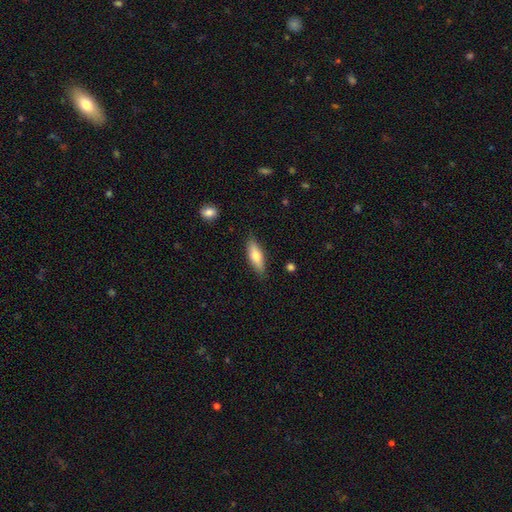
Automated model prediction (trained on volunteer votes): This appears to be a smooth galaxy with no disk features (69%) that is in between round and cigar-shaped (52%). Merging: none (85%).